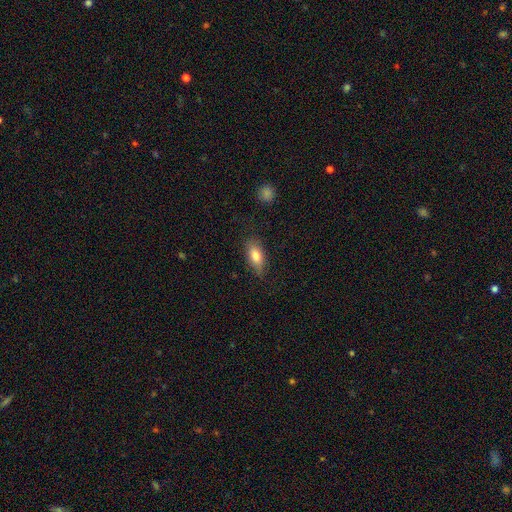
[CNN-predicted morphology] This appears to be a smooth galaxy with no disk features (77%) that is in between round and cigar-shaped (82%). Merging: none (76%).